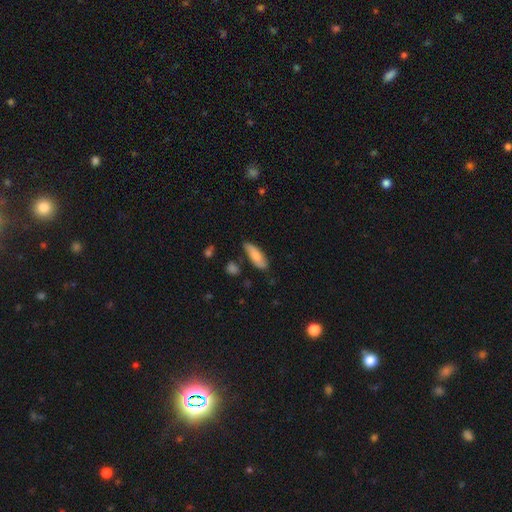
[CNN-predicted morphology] A smooth galaxy with no disk features (77%) that is in between round and cigar-shaped (63%).

Vote fractions:
- Smooth or featured? smooth: 77% / featured or disk: 17% / star or artifact: 6%
- How rounded? in between: 63% / cigar-shaped: 34% / round: 2%
- Merging? none: 76% / minor disturbance: 17% / merger: 3% / major disturbance: 3%